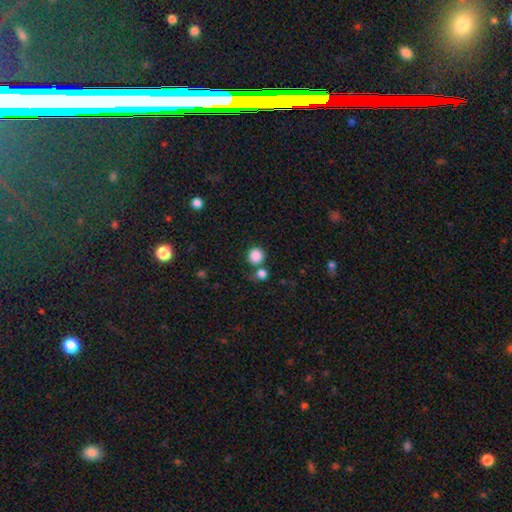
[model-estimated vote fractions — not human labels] Smooth or featured? smooth (86%)
How rounded? round (91%)
Merging? none (69%)